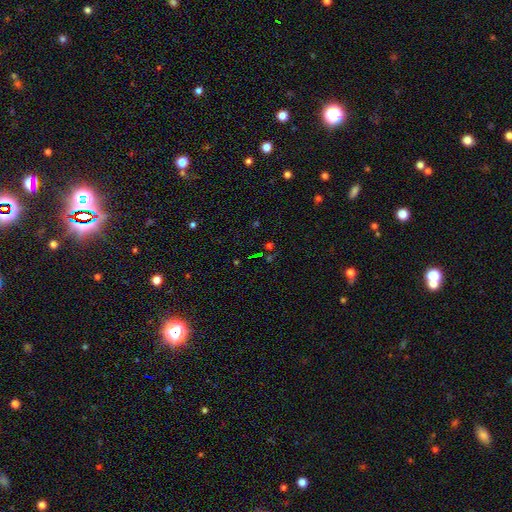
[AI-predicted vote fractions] Overall: star or artifact (68%).